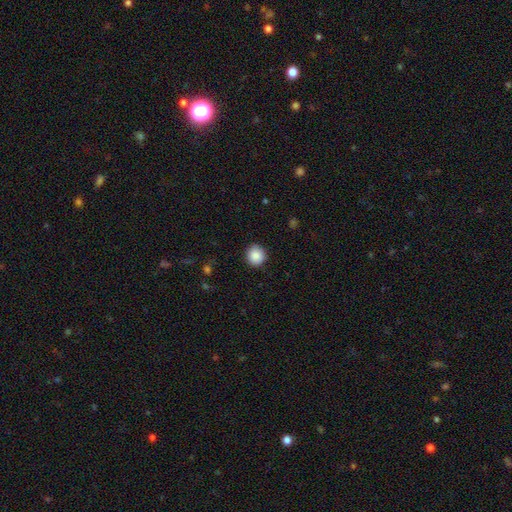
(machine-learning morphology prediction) type=smooth (88%); roundness=round (87%); merging=none (88%).